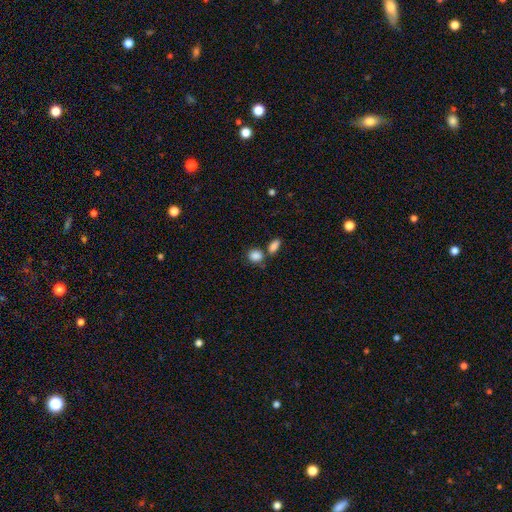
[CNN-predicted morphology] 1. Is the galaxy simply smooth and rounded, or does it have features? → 87% smooth, 8% star or artifact, 5% featured or disk.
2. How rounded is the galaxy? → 56% round, 42% in between, 2% cigar-shaped.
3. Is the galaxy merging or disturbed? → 59% none, 26% merger, 12% minor disturbance, 4% major disturbance.